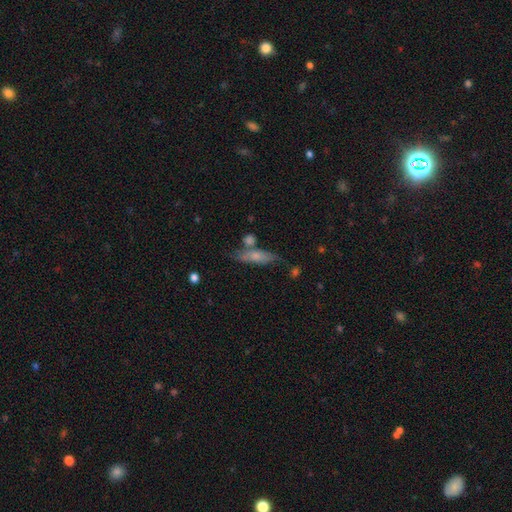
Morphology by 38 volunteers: Smooth or featured: smooth — 63% (featured or disk — 37%)
How rounded: in between — 58% (cigar-shaped — 38%)
Merging: none — 37% (merger — 29%)